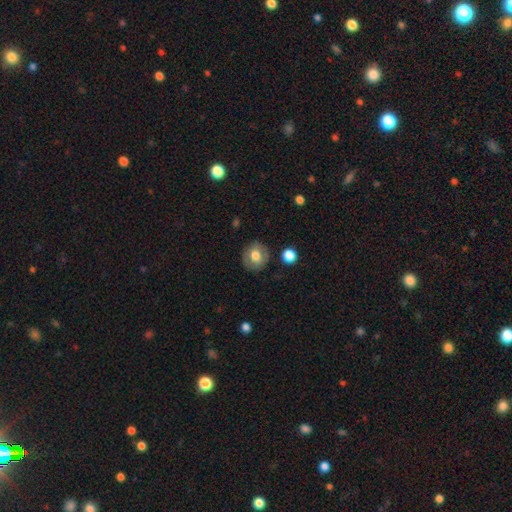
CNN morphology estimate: Smooth or featured: smooth — 68% (featured or disk — 24%)
How rounded: round — 83% (in between — 16%)
Merging: none — 85% (minor disturbance — 10%)